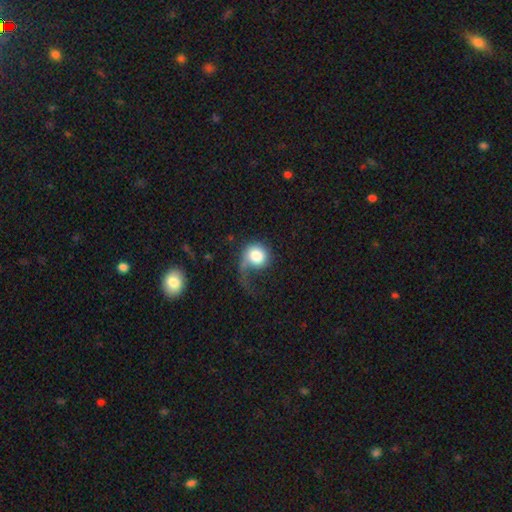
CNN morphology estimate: Smooth or featured: smooth — 66% (featured or disk — 26%)
How rounded: round — 84% (in between — 15%)
Merging: major disturbance — 48% (none — 28%)